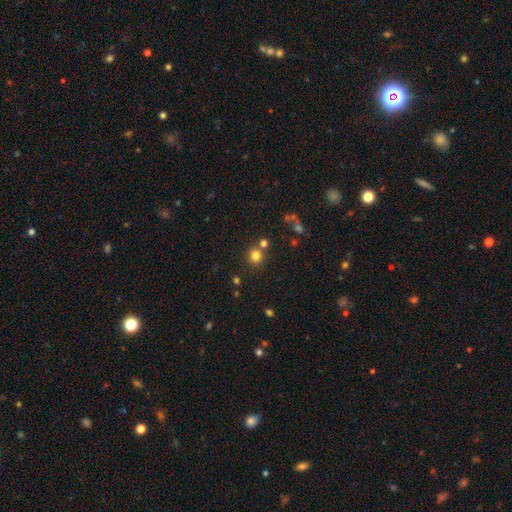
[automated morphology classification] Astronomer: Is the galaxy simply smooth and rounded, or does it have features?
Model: smooth — 79%.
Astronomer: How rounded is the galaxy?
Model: round — 89%.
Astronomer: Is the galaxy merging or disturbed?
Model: none — 75%.